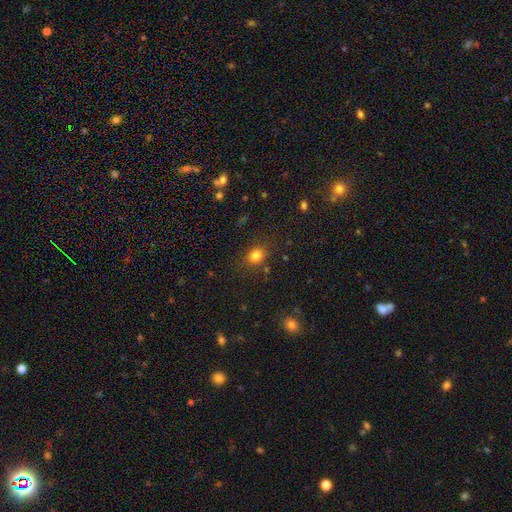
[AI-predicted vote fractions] Smooth or featured? smooth (80%)
How rounded? round (58%)
Merging? none (80%)